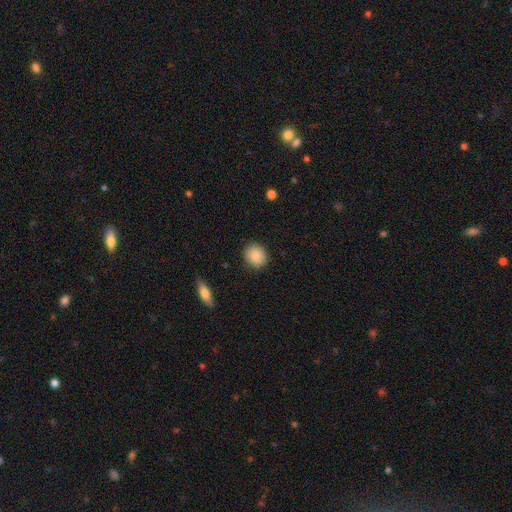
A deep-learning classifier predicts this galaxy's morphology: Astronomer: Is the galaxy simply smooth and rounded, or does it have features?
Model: smooth — 87%.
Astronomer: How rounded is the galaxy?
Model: round — 80%.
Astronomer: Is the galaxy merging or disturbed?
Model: none — 85%.